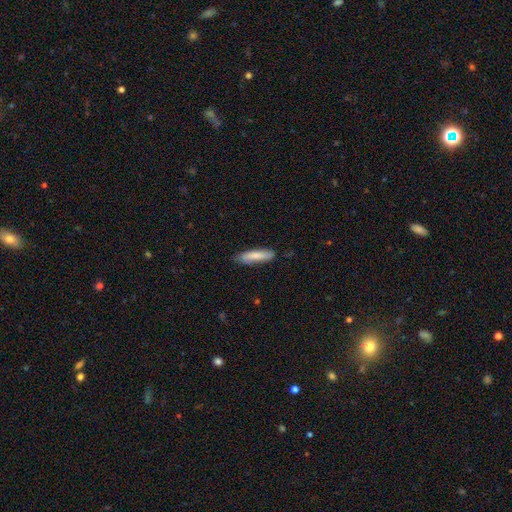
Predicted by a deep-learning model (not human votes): This is clearly a smooth galaxy (82%). How rounded: likely cigar-shaped (75%). Merging: clearly none (81%).